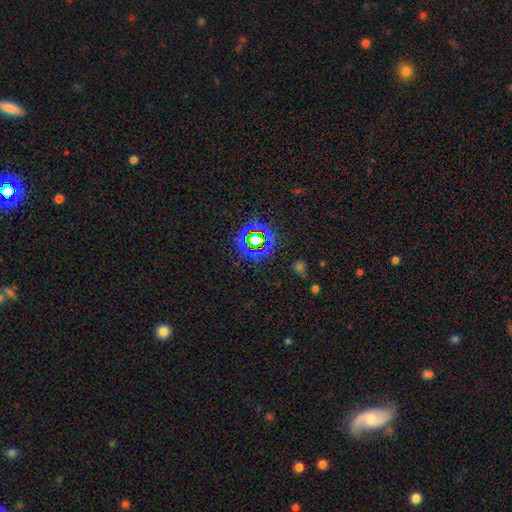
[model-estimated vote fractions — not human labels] Q: Smooth or featured?
A: star or artifact (66%); runner-up: smooth (20%)